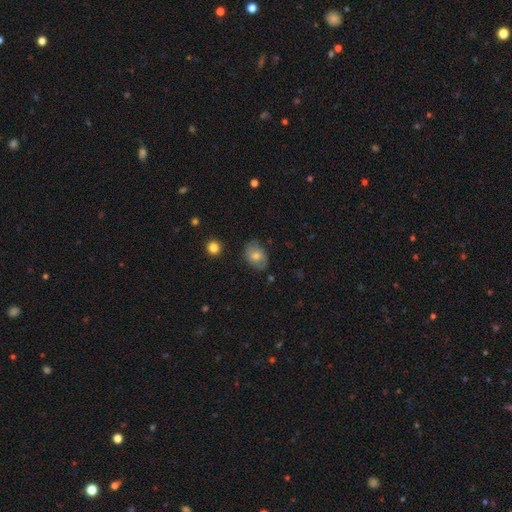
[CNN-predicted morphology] Smooth or featured? smooth (64%)
How rounded? in between (72%)
Merging? none (78%)